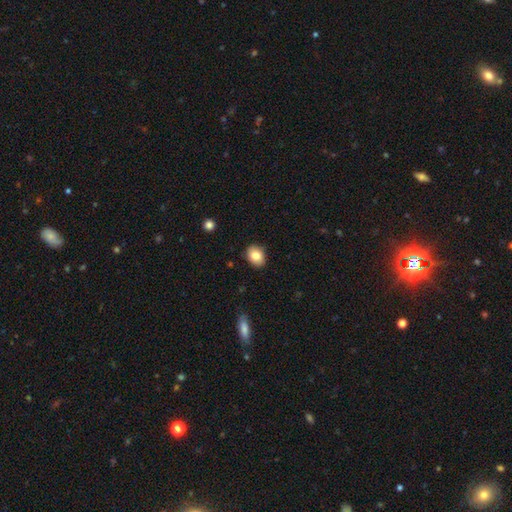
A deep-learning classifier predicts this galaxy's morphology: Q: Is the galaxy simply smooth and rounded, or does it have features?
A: smooth — 83%.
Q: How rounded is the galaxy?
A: in between — 63%.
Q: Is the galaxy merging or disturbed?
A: none — 88%.